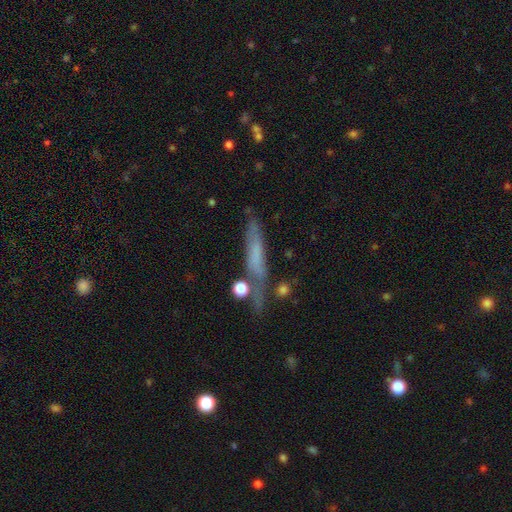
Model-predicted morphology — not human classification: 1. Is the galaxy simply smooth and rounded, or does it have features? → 50% smooth, 39% featured or disk, 11% star or artifact.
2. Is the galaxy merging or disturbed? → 55% none, 21% minor disturbance, 13% major disturbance, 11% merger.